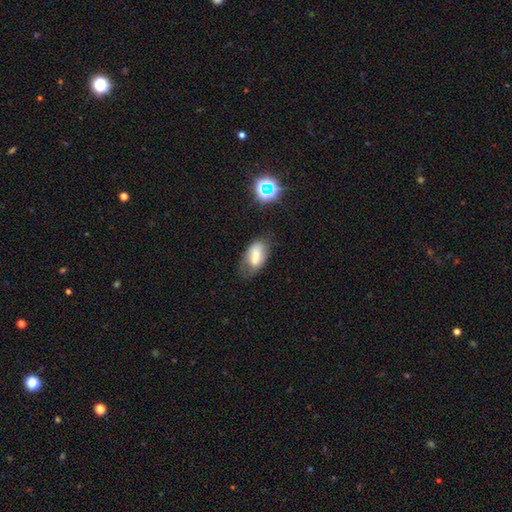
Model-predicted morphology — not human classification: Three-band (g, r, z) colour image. It shows a smooth galaxy with no disk features (65%) that is in between round and cigar-shaped (88%). Merging: none (60%).